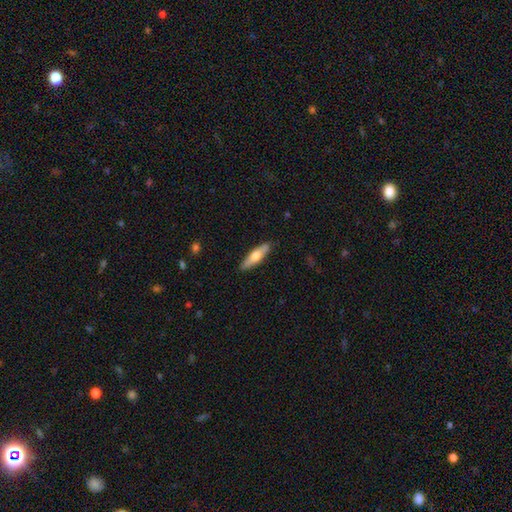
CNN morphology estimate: Smooth or featured? Predicted: smooth (p=0.57). How rounded? Predicted: cigar-shaped (p=0.68). Merging? Predicted: none (p=0.88).